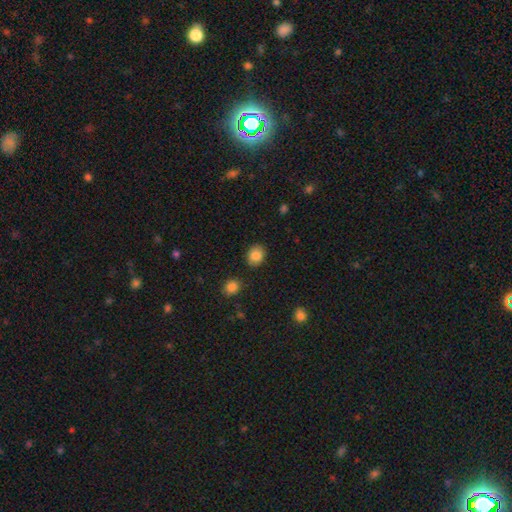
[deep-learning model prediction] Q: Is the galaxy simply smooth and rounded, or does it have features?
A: smooth — 86%.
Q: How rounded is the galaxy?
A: round — 55%.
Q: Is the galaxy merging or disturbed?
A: none — 86%.